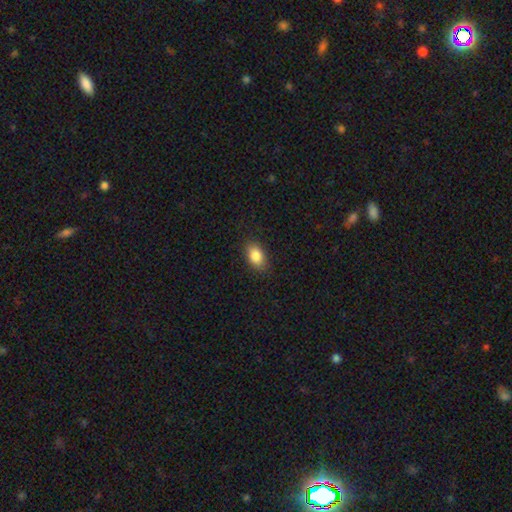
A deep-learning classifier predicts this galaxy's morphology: type=smooth (86%); roundness=in between (89%); merging=none (86%).